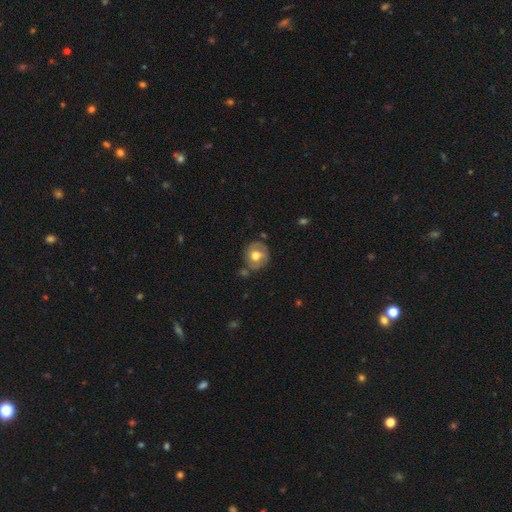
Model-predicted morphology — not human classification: Smooth or featured? smooth (54%)
How rounded? round (78%)
Merging? none (64%)